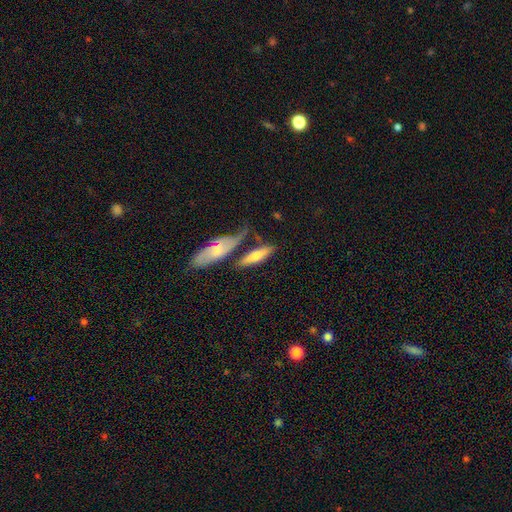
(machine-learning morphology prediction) smooth 64%, featured or disk 30%, star or artifact 6%. Down the decision tree: how rounded — cigar-shaped (60%); merging — none (55%).